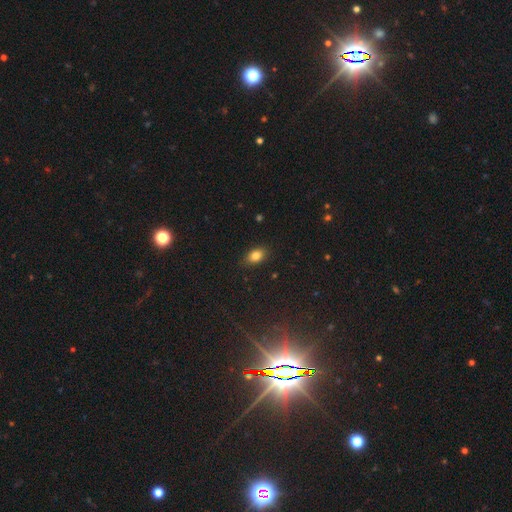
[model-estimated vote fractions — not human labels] This is clearly a smooth galaxy (82%). How rounded: clearly in between (81%). Merging: clearly none (85%).